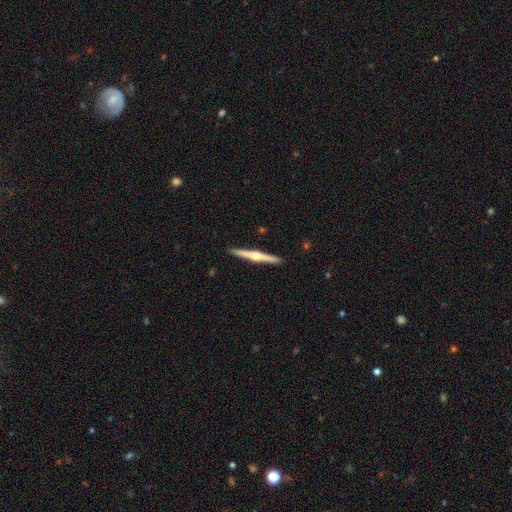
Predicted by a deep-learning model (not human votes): This appears to be a featured or disk galaxy (76%) viewed edge-on (99%) with a rounded central bulge (92%). Merging: none (92%).